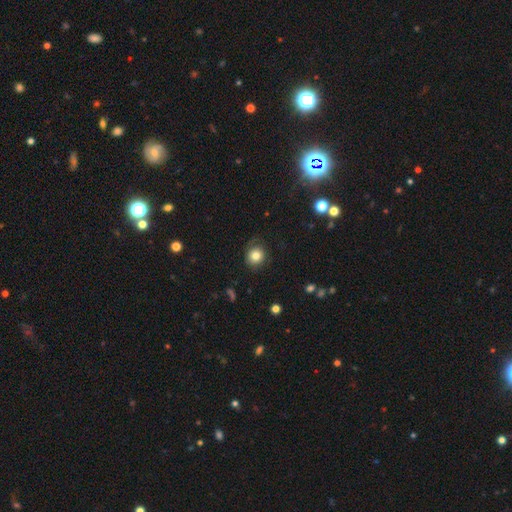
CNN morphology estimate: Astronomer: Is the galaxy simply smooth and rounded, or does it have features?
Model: smooth — 79%.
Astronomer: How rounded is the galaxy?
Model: round — 84%.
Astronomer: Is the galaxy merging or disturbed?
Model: none — 73%.